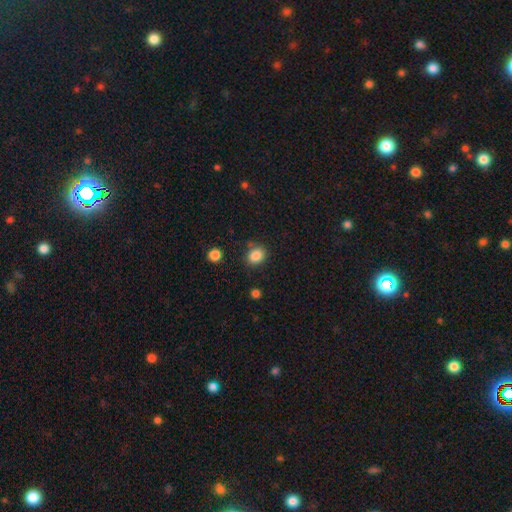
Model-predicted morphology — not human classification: Smooth or featured? smooth (85%)
How rounded? round (62%)
Merging? none (78%)